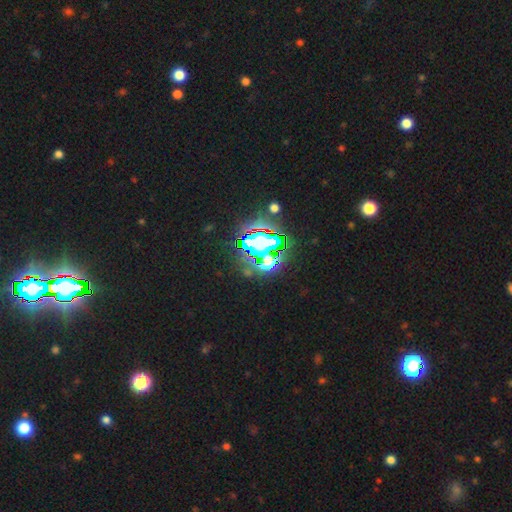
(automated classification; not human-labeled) Morphology: type=star or artifact (82%).